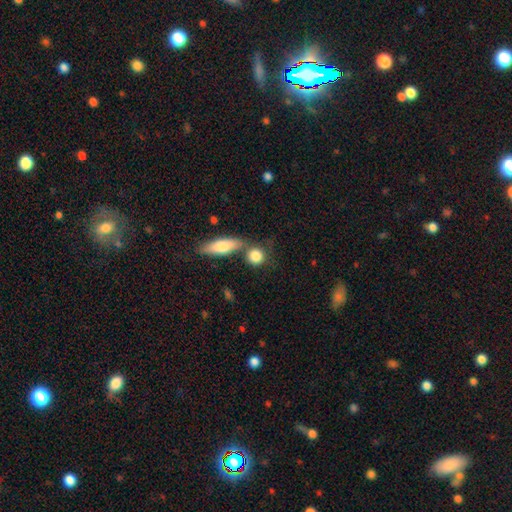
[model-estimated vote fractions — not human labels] This is clearly a smooth galaxy (84%). How rounded: likely round (76%). Merging: possibly none (57%).